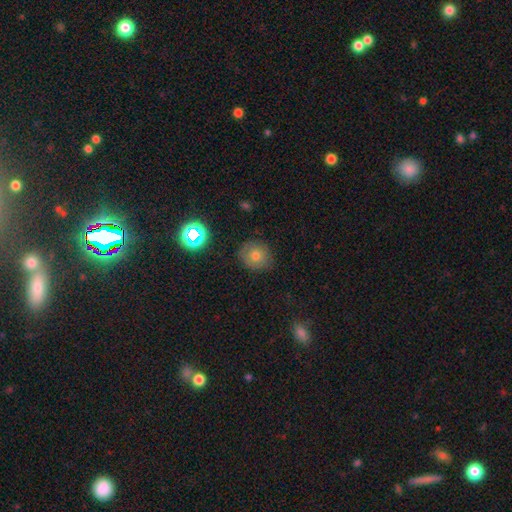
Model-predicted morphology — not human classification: smooth-or-featured: smooth: 69% | star or artifact: 16% | featured or disk: 15%
  how-rounded: round: 81% | in between: 18% | cigar-shaped: 1%
  merging: none: 83% | minor disturbance: 12% | major disturbance: 3% | merger: 1%